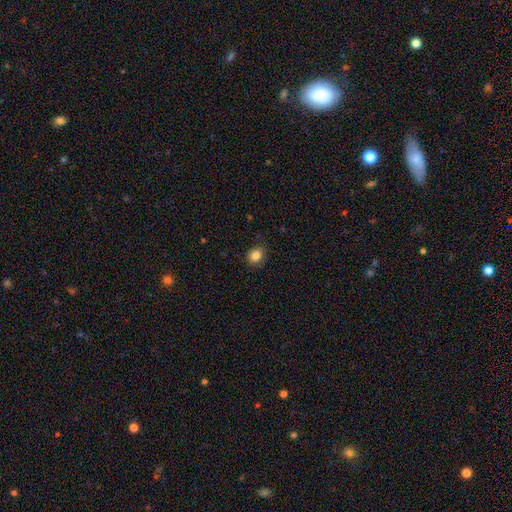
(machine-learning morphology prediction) smooth_or_featured: smooth (p=0.85) [alt: star or artifact p=0.10]
how_rounded: round (p=0.57) [alt: in between p=0.43]
merging: none (p=0.85) [alt: minor disturbance p=0.11]